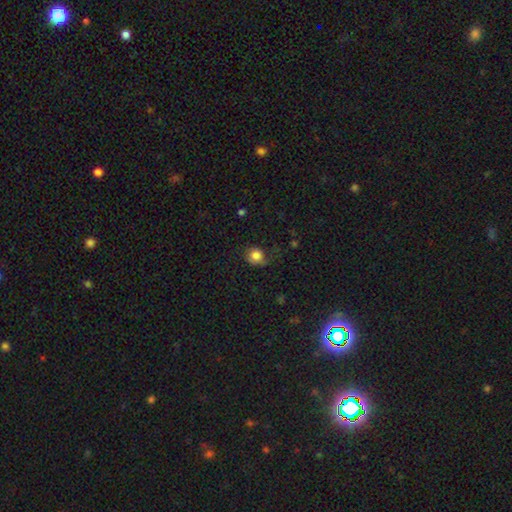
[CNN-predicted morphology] This is clearly a smooth galaxy (81%). How rounded: likely round (76%). Merging: possibly none (60%).